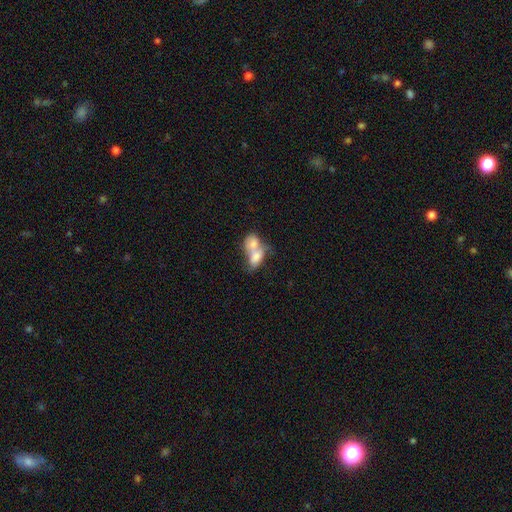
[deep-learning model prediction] Smooth or featured? Predicted: smooth (p=0.69). How rounded? Predicted: in between (p=0.80). Merging? Predicted: merger (p=0.78).